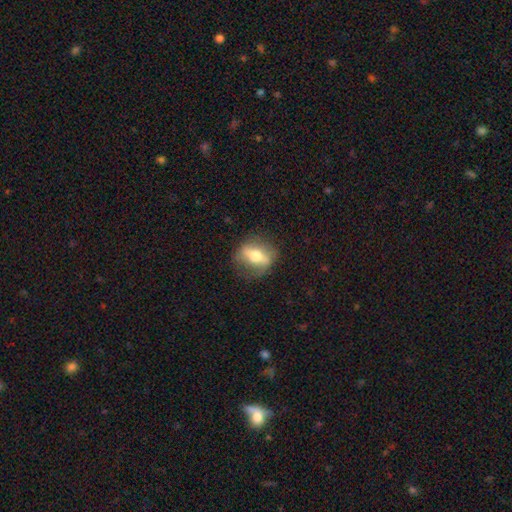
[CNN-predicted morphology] Smooth or featured?
  - featured or disk: 53% *
  - smooth: 39%
  - star or artifact: 8%
Edge-on disk?
  - no: 57% *
  - yes: 43%
Merging?
  - none: 78% *
  - minor disturbance: 14%
  - major disturbance: 7%
  - merger: 1%